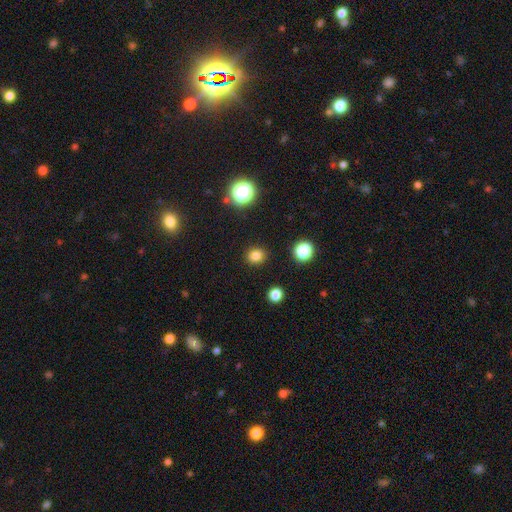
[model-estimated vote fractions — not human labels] A smooth galaxy with no disk features (80%) that is round (83%).

Vote fractions:
- Smooth or featured? smooth: 80% / star or artifact: 15% / featured or disk: 4%
- How rounded? round: 83% / in between: 16% / cigar-shaped: 1%
- Merging? none: 90% / minor disturbance: 6% / major disturbance: 2% / merger: 2%